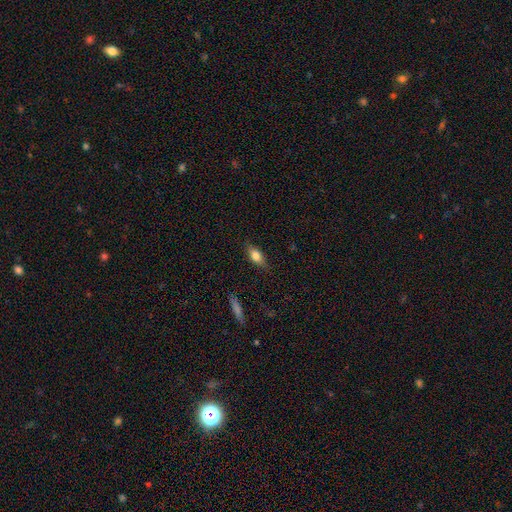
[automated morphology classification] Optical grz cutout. It shows a smooth galaxy with no disk features (74%) that is in between round and cigar-shaped (78%). Merging: none (80%).